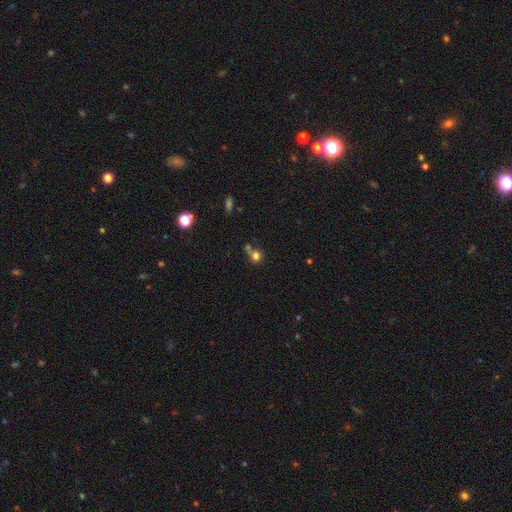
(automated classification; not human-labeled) This appears to be a smooth galaxy with no disk features (76%) that is round (81%). Merging: none (47%).